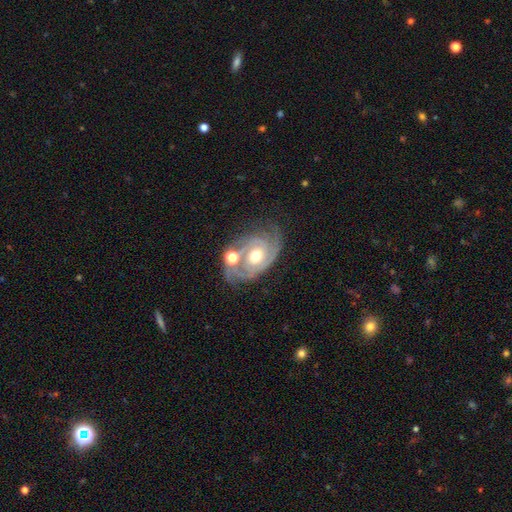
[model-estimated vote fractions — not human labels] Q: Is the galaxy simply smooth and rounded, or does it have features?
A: featured or disk — 83%.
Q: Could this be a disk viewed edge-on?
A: no — 96%.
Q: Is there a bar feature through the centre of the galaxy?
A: no — 70%.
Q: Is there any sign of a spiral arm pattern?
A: yes — 93%.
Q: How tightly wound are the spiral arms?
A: tight — 61%.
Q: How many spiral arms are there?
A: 2 — 40%.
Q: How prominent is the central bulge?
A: moderate — 73%.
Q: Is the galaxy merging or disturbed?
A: none — 46%.